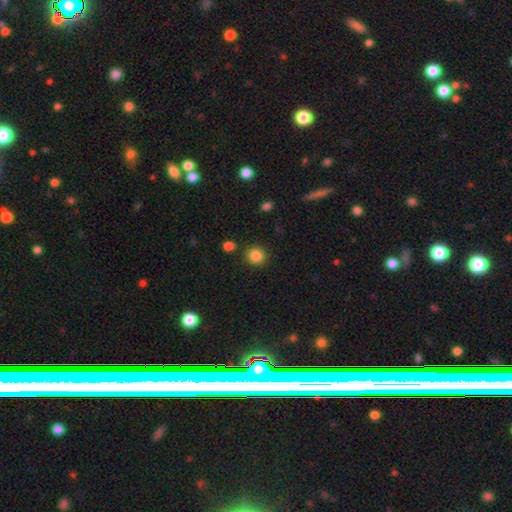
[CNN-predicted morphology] This appears to be a smooth galaxy with no disk features (86%) that is round (89%). Merging: none (88%).